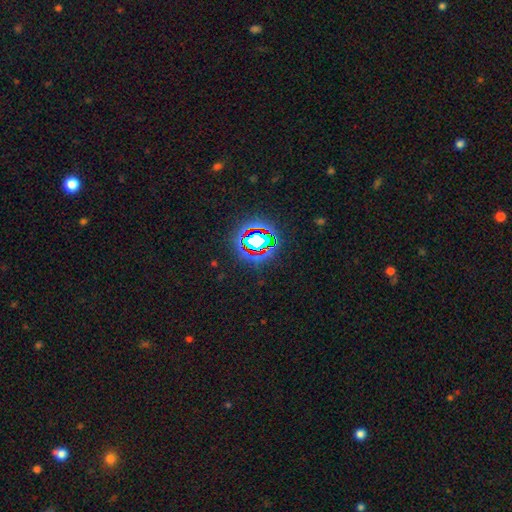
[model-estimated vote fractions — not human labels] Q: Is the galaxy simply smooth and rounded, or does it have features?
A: star or artifact — 75%.